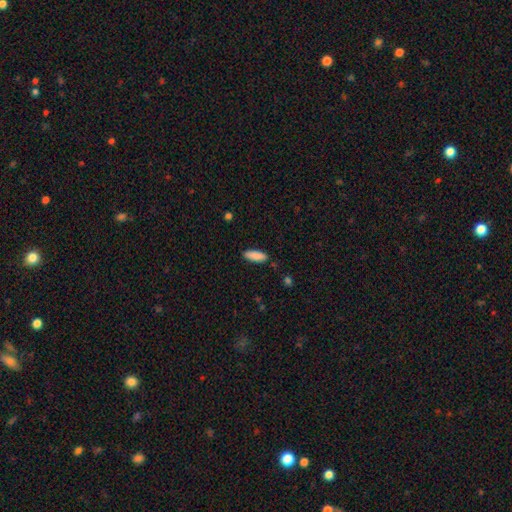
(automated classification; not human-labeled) Smooth or featured: smooth — 88% (star or artifact — 6%)
How rounded: in between — 62% (cigar-shaped — 37%)
Merging: none — 86% (minor disturbance — 10%)